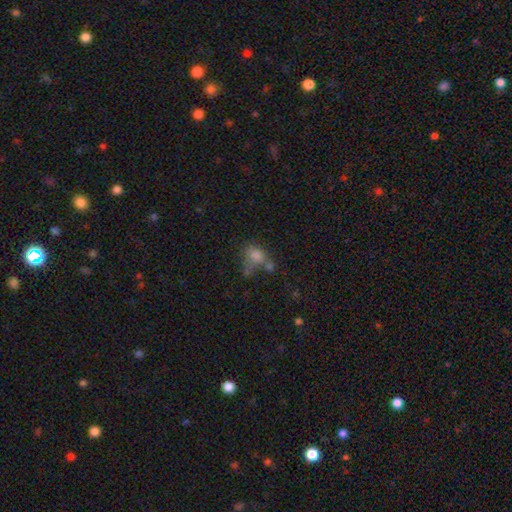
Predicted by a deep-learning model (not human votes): This appears to be a smooth galaxy with no disk features (74%) that is in between round and cigar-shaped (58%). Merging: none (35%).